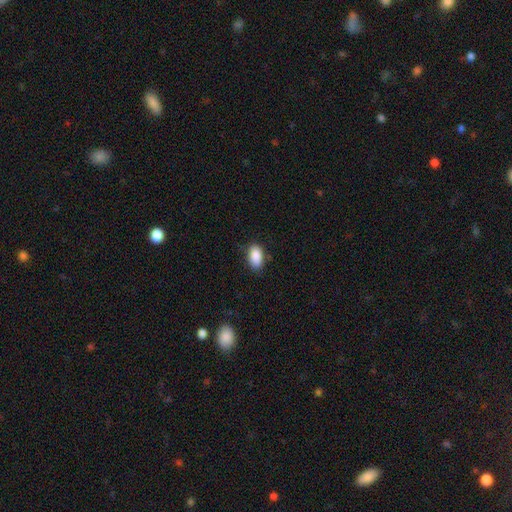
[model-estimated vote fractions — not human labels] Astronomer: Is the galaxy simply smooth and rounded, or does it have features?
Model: smooth — 89%.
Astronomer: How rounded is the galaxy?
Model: in between — 93%.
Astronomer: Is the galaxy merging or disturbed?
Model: none — 81%.